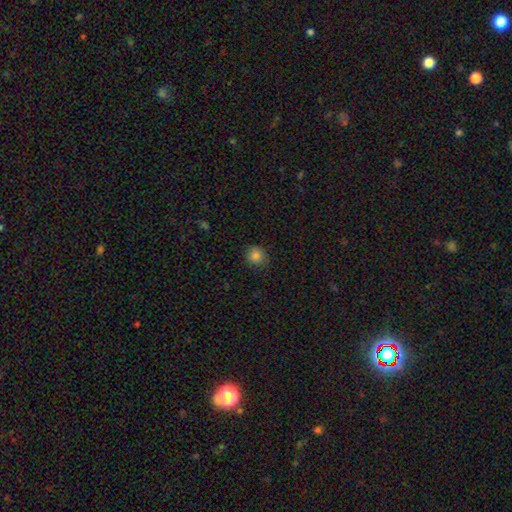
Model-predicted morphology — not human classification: Overall: smooth (83%). How rounded: round (89%). Merging: none (84%).